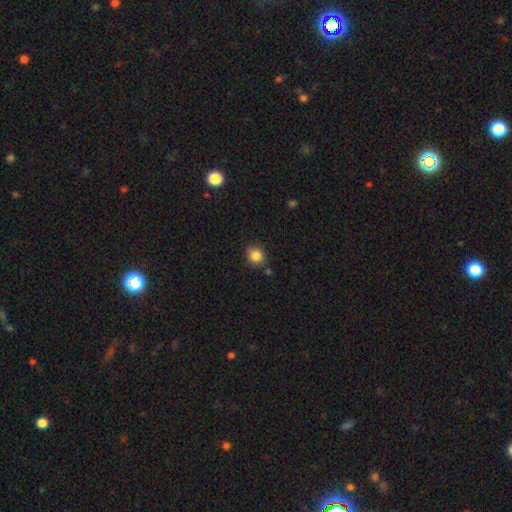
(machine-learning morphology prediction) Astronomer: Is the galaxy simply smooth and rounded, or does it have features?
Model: smooth — 85%.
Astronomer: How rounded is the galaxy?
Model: round — 81%.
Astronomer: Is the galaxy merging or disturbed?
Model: none — 78%.